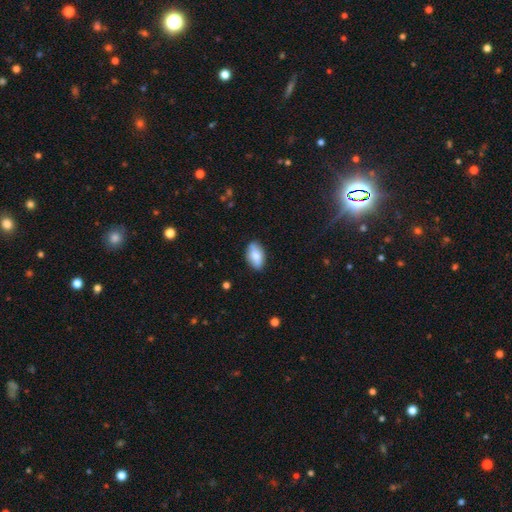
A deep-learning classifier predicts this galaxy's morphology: Smooth or featured? Predicted: smooth (p=0.74). How rounded? Predicted: in between (p=0.91). Merging? Predicted: none (p=0.83).